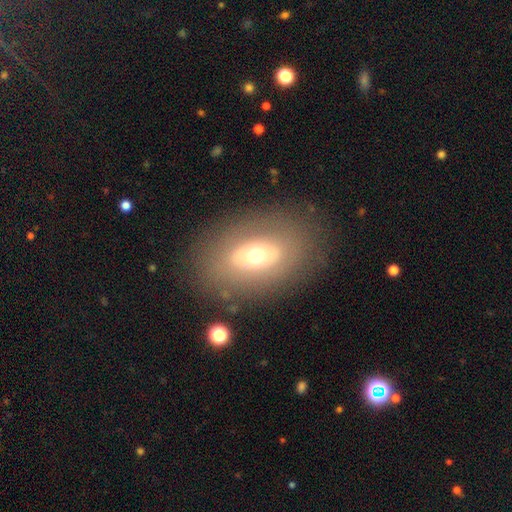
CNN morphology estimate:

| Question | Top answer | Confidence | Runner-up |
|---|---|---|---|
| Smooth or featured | smooth | 50% | featured or disk (40%) |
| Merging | none | 81% | minor disturbance (11%) |